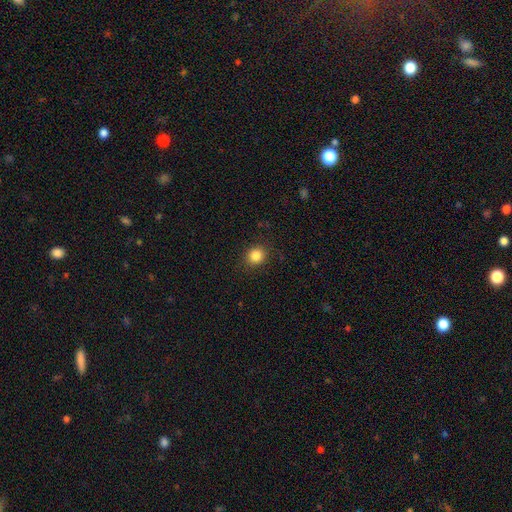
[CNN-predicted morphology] The model was most divided on "how rounded": round: 83%, in between: 16%, cigar-shaped: 1%. More confident: merging — none (88%); smooth or featured — smooth (84%).